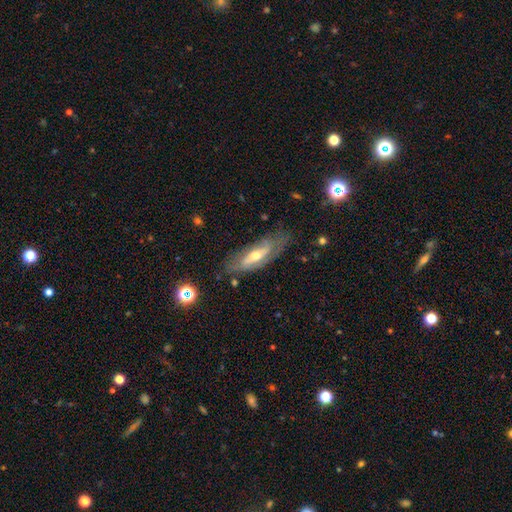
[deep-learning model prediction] This appears to be a featured or disk galaxy (64%). Merging: none (70%).